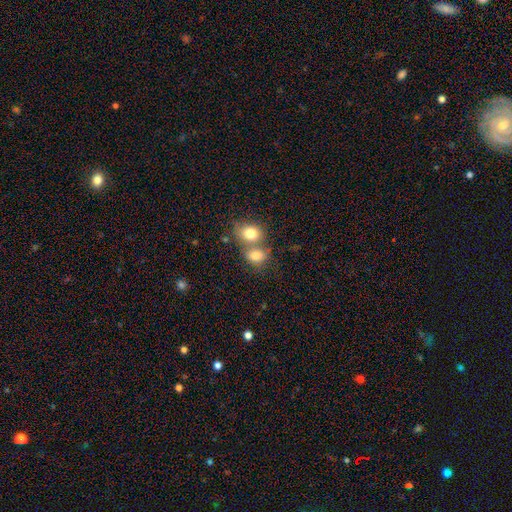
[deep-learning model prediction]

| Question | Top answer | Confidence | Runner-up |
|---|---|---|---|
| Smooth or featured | smooth | 79% | featured or disk (11%) |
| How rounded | in between | 59% | round (40%) |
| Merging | merger | 55% | none (32%) |